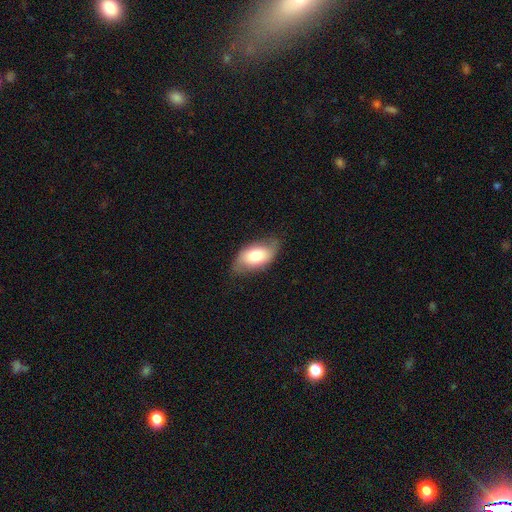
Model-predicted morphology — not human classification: smooth-or-featured: smooth: 63% | featured or disk: 31% | star or artifact: 6%
  how-rounded: in between: 92% | round: 5% | cigar-shaped: 3%
  merging: none: 69% | minor disturbance: 24% | major disturbance: 6% | merger: 1%